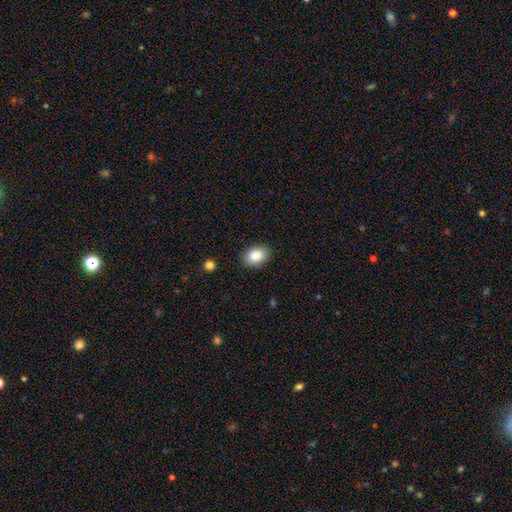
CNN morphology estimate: The model was most divided on "how rounded": in between: 78%, round: 21%, cigar-shaped: 1%. More confident: merging — none (89%); smooth or featured — smooth (85%).